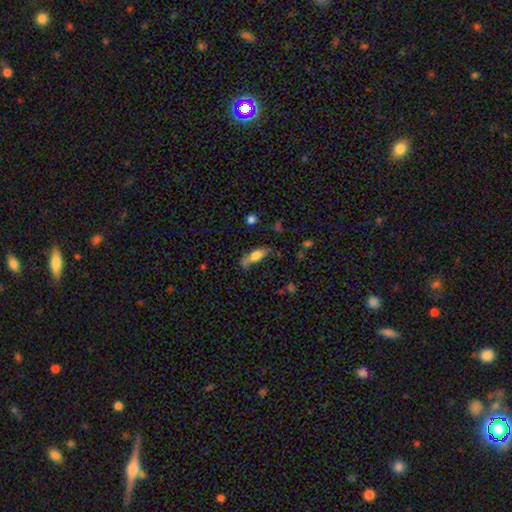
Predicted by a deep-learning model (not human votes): The model was most divided on "merging": none: 50%, minor disturbance: 24%, merger: 14%, major disturbance: 12%. More confident: smooth or featured — smooth (70%); how rounded — in between (66%).